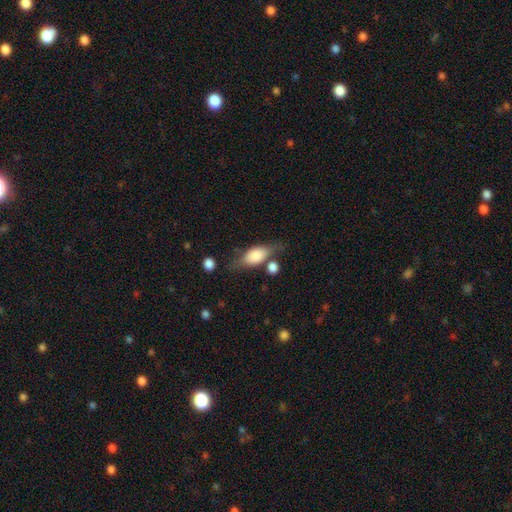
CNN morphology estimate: A smooth galaxy with no disk features (65%) that is in between round and cigar-shaped (77%).

Vote fractions:
- Smooth or featured? smooth: 65% / featured or disk: 27% / star or artifact: 8%
- How rounded? in between: 77% / cigar-shaped: 16% / round: 7%
- Merging? none: 58% / minor disturbance: 23% / merger: 10% / major disturbance: 10%